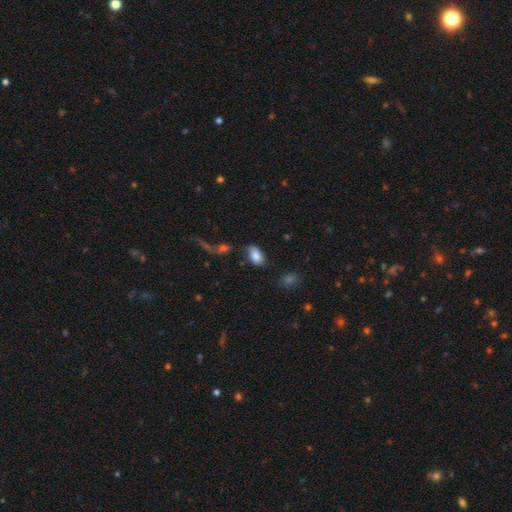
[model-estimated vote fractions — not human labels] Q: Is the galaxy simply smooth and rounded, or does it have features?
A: smooth — 83%.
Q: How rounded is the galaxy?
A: in between — 93%.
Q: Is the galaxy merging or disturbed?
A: none — 71%.